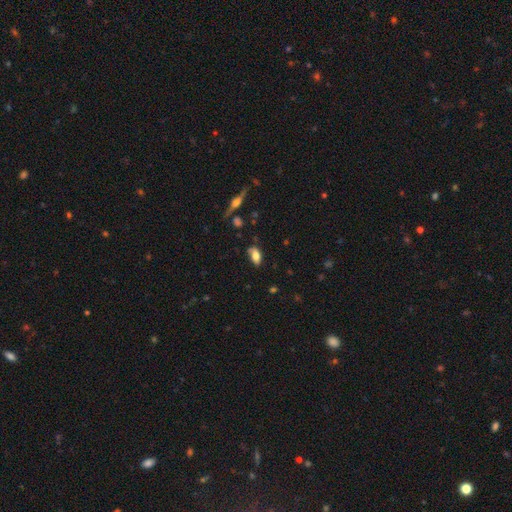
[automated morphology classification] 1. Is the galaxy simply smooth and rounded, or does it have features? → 68% smooth, 24% featured or disk, 8% star or artifact.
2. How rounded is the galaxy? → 89% in between, 6% cigar-shaped, 5% round.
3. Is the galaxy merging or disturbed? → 71% none, 21% minor disturbance, 5% major disturbance, 3% merger.